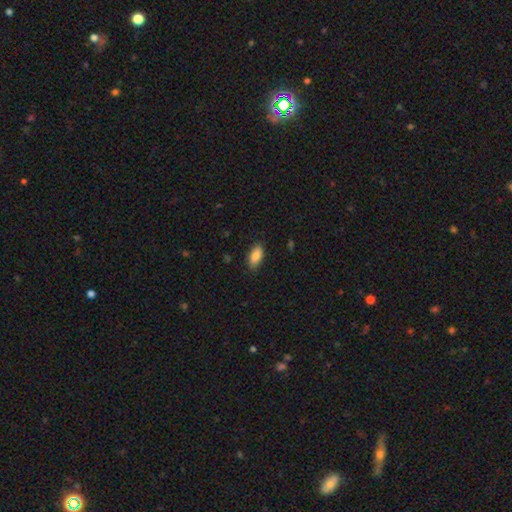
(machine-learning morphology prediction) Smooth or featured? smooth (85%)
How rounded? in between (89%)
Merging? none (85%)